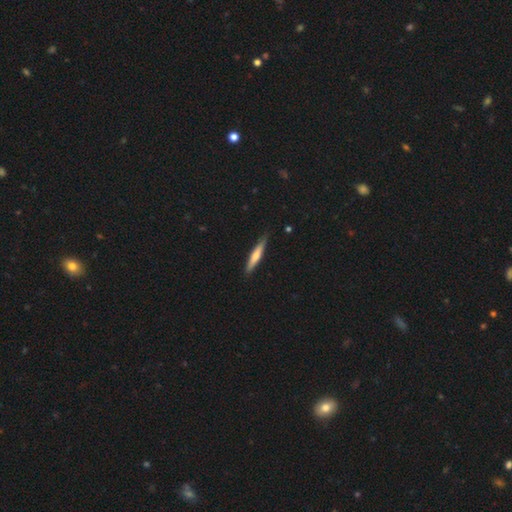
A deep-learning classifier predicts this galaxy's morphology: A smooth galaxy with no disk features (58%) that is cigar-shaped (91%). Merging: none (85%).